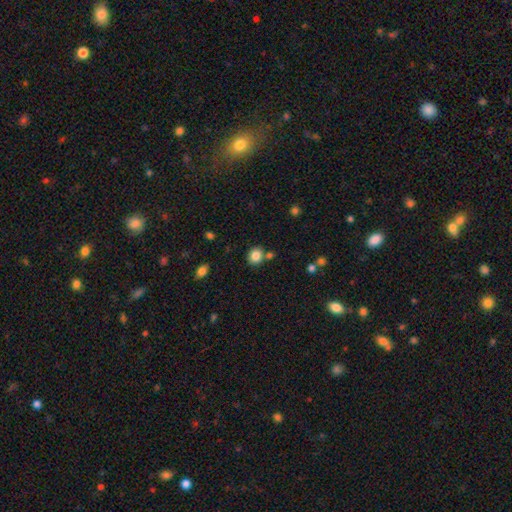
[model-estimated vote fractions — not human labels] Smooth or featured? smooth (84%)
How rounded? round (73%)
Merging? none (76%)